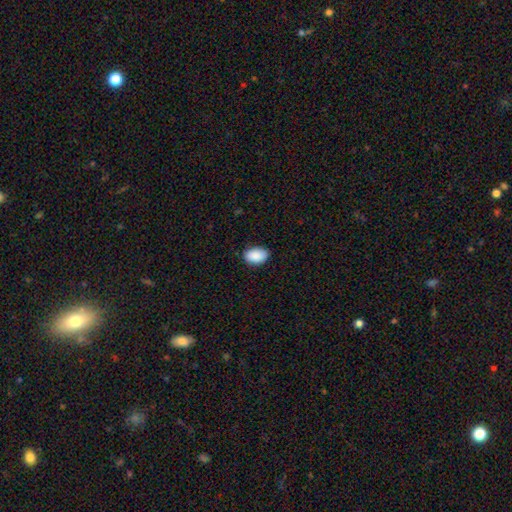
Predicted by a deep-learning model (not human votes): Overall: smooth (90%). How rounded: in between (90%). Merging: none (84%).